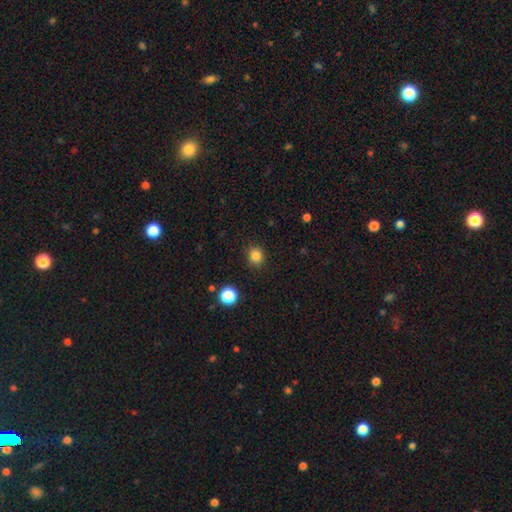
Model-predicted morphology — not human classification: This appears to be a smooth galaxy with no disk features (84%) that is round (86%). Merging: none (89%).